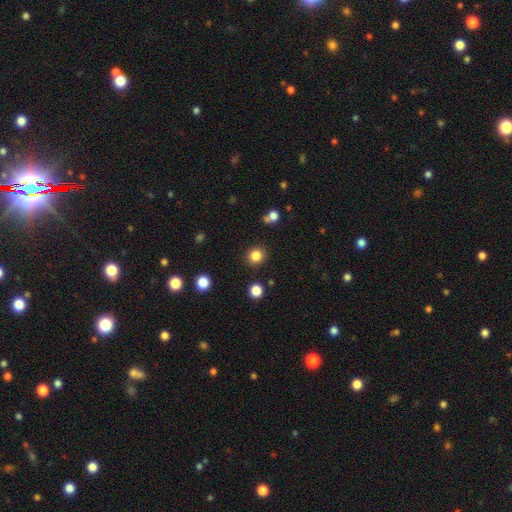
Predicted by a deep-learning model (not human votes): smooth_or_featured: smooth (p=0.83) [alt: star or artifact p=0.12]
how_rounded: round (p=0.89) [alt: in between p=0.10]
merging: none (p=0.89) [alt: minor disturbance p=0.06]